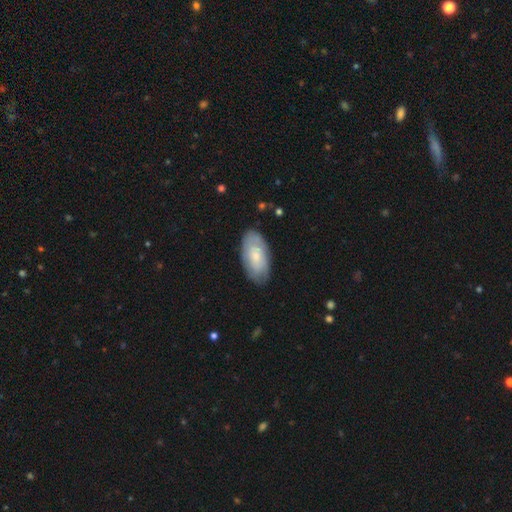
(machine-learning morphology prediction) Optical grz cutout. It shows a smooth galaxy with no disk features (59%) that is in between round and cigar-shaped (93%). Merging: none (81%).